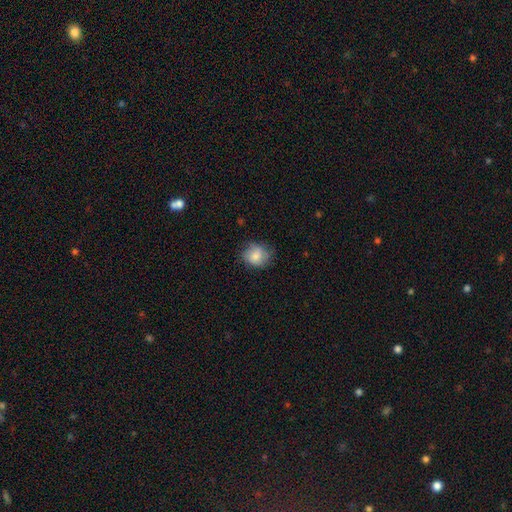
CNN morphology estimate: Smooth or featured? smooth (82%)
How rounded? round (67%)
Merging? none (71%)